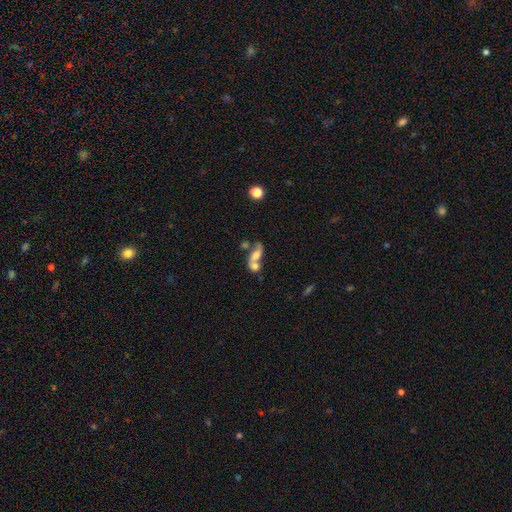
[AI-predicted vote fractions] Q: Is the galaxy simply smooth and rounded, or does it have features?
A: featured or disk — 45%.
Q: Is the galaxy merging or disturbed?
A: merger — 60%.